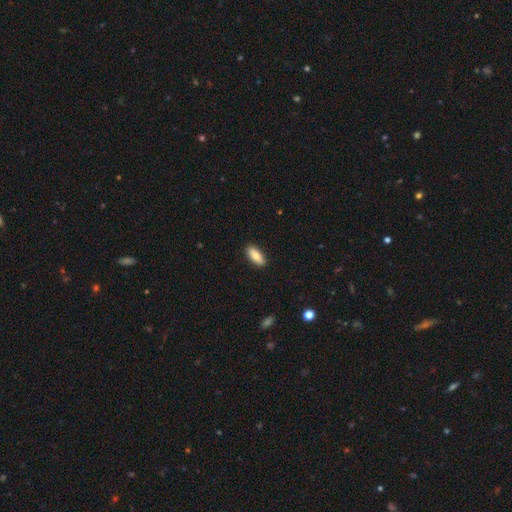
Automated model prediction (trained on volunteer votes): This is clearly a smooth galaxy (81%). How rounded: likely in between (79%). Merging: clearly none (89%).